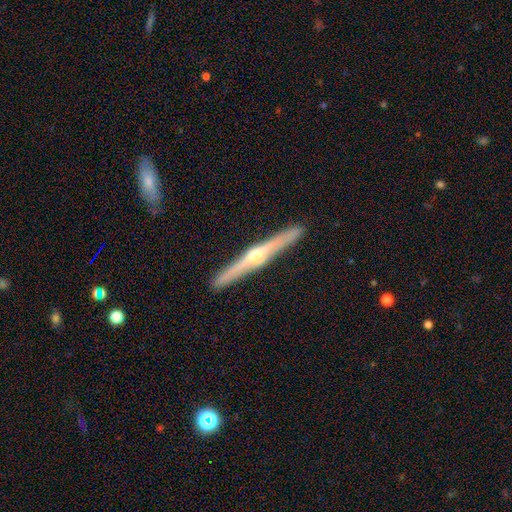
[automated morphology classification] This is likely a featured or disk galaxy (80%). It is clearly viewed edge-on (98%). Edge-on bulge: clearly rounded (90%). Merging: clearly none (92%).